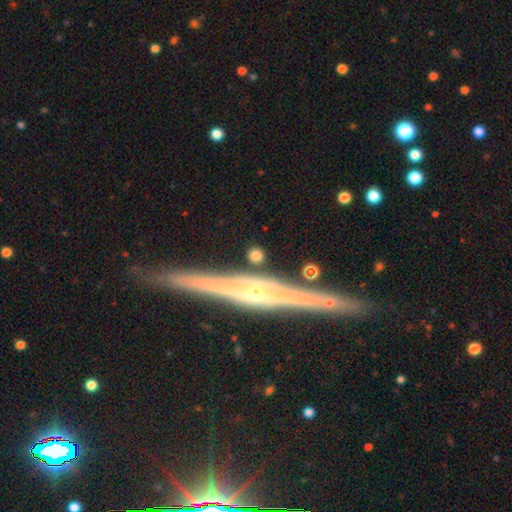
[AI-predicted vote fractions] smooth 61%, featured or disk 29%, star or artifact 10%. Down the decision tree: how rounded — round (63%); merging — none (85%).